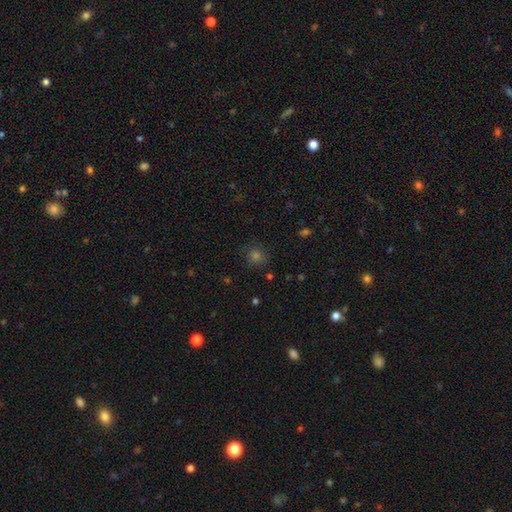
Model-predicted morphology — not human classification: This is likely a smooth galaxy (63%). How rounded: clearly round (89%). Merging: clearly none (85%).